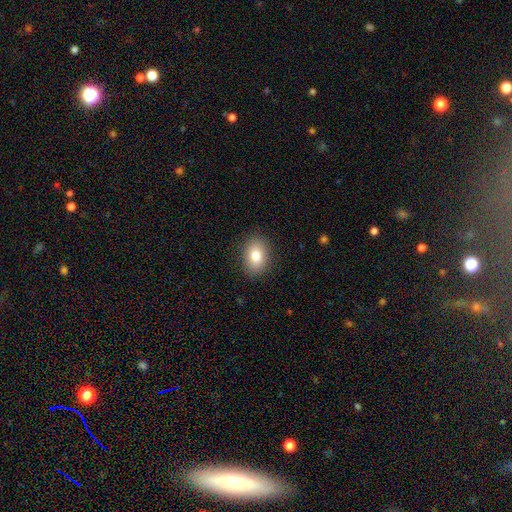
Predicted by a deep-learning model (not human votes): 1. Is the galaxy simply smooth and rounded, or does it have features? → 82% smooth, 10% featured or disk, 8% star or artifact.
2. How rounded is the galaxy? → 80% in between, 18% round, 1% cigar-shaped.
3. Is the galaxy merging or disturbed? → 88% none, 9% minor disturbance, 2% major disturbance, 1% merger.